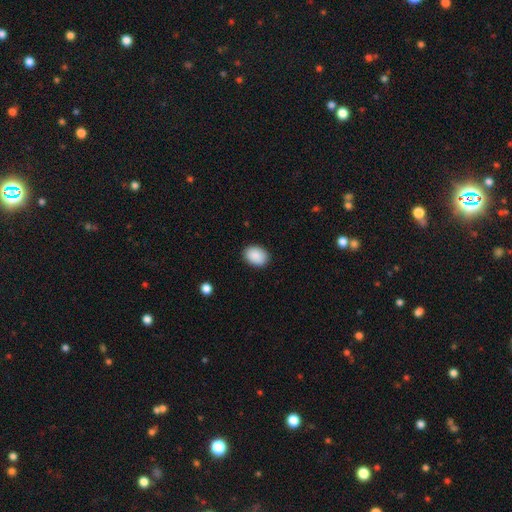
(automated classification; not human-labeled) smooth 90%, star or artifact 7%, featured or disk 3%. Down the decision tree: how rounded — in between (73%); merging — none (89%).